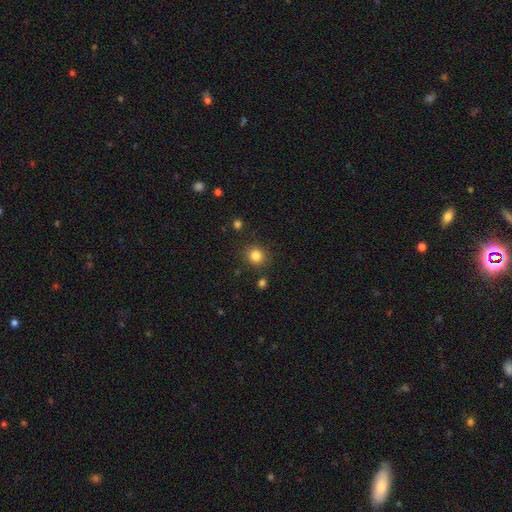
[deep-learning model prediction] Smooth or featured: smooth — 84% (star or artifact — 12%)
How rounded: round — 84% (in between — 15%)
Merging: none — 86% (minor disturbance — 8%)